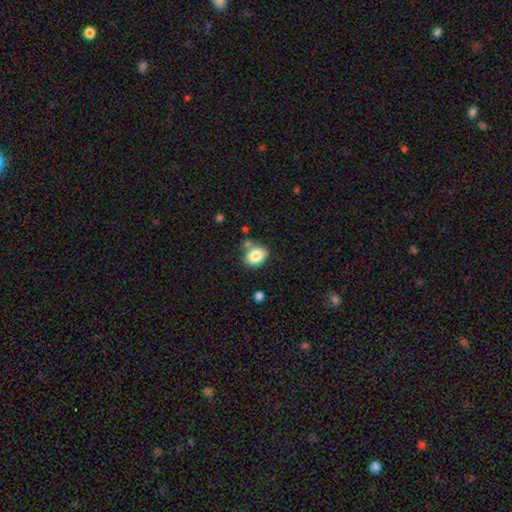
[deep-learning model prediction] This appears to be a smooth galaxy with no disk features (83%) that is in between round and cigar-shaped (66%). Merging: none (60%).